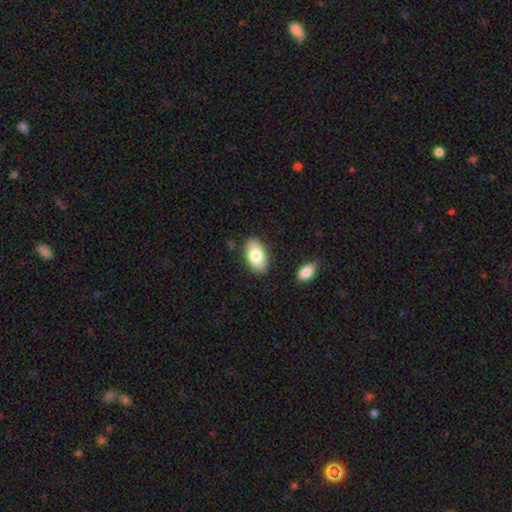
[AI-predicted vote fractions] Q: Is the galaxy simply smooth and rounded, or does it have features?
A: smooth — 78%.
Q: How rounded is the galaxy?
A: in between — 94%.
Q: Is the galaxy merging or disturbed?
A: none — 85%.